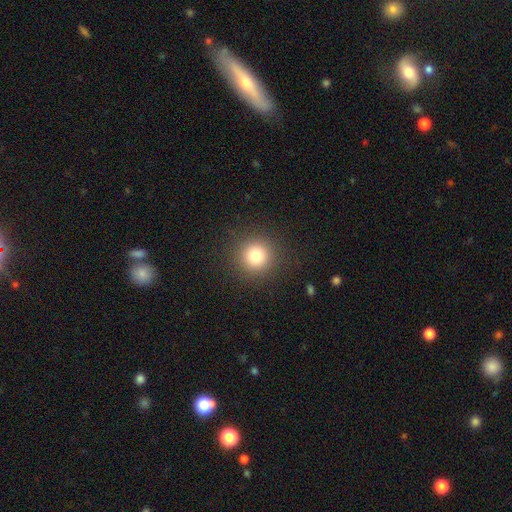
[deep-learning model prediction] smooth-or-featured: smooth: 80% | star or artifact: 13% | featured or disk: 7%
  how-rounded: round: 94% | in between: 5% | cigar-shaped: 1%
  merging: none: 90% | minor disturbance: 6% | major disturbance: 3% | merger: 1%